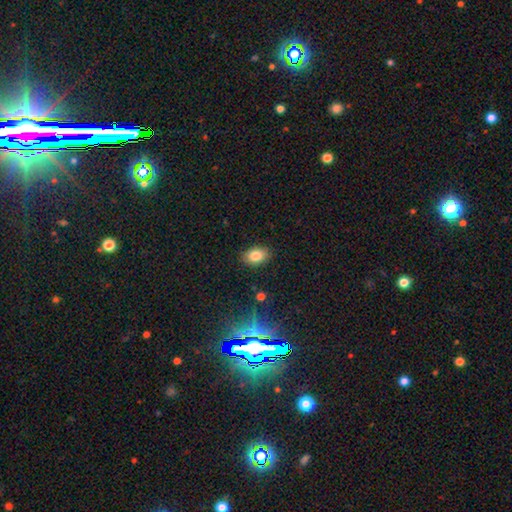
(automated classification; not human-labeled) This appears to be a smooth galaxy with no disk features (82%) that is in between round and cigar-shaped (83%). Merging: none (87%).